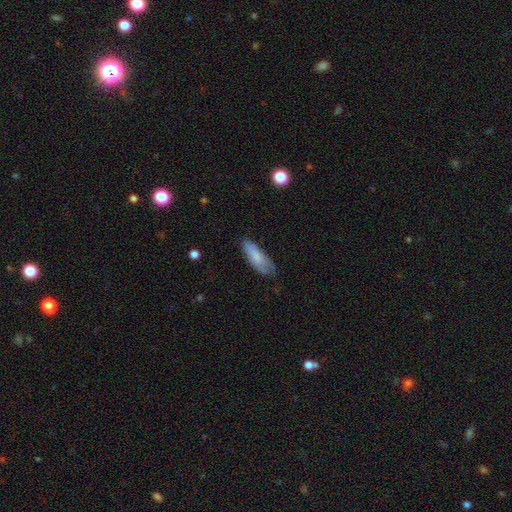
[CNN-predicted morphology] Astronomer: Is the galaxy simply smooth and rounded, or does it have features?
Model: smooth — 81%.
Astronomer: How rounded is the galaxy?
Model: in between — 63%.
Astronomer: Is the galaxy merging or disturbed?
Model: none — 65%.